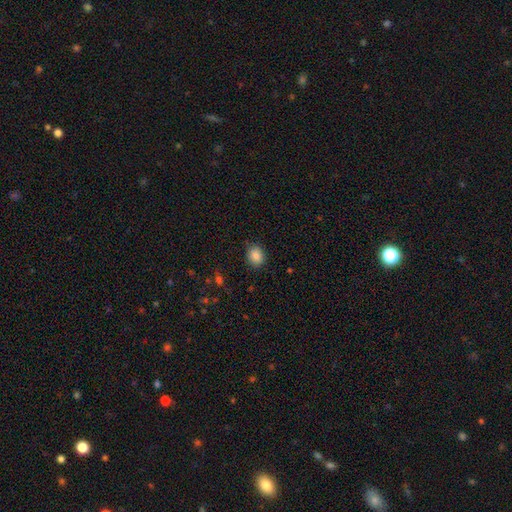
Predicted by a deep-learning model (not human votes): Morphology: type=smooth (86%); roundness=round (55%); merging=none (84%).